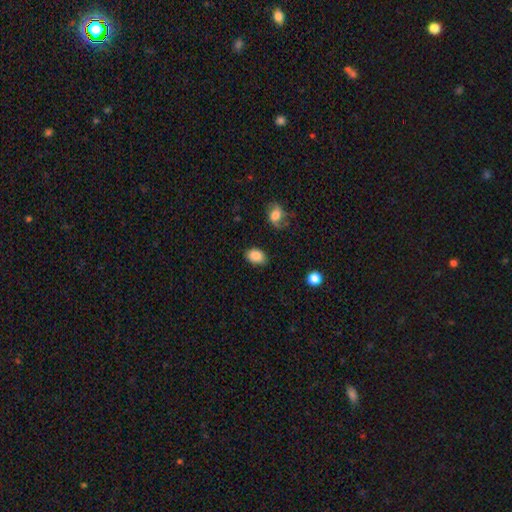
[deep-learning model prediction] The model was most divided on "how rounded": in between: 83%, round: 16%, cigar-shaped: 1%. More confident: smooth or featured — smooth (86%); merging — none (82%).